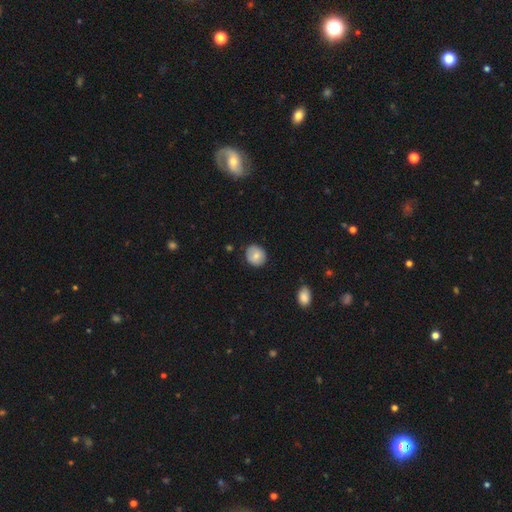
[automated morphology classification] smooth 76%, featured or disk 16%, star or artifact 8%. Down the decision tree: how rounded — round (79%); merging — none (83%).